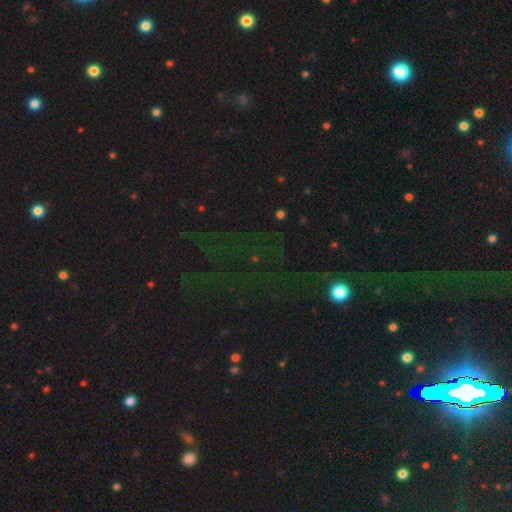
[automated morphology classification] Smooth or featured?
  - star or artifact: 75% *
  - smooth: 16%
  - featured or disk: 9%